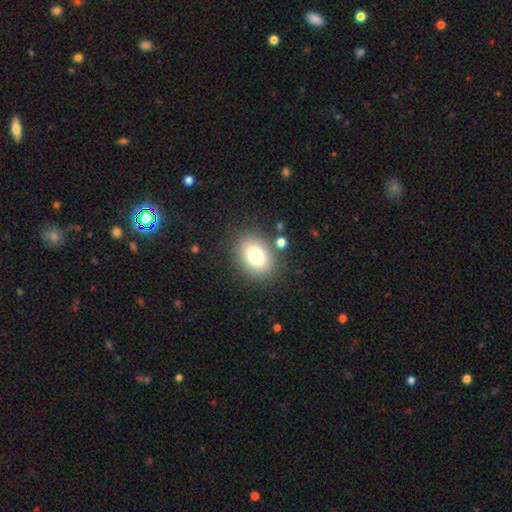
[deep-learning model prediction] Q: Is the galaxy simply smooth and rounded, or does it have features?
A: smooth — 77%.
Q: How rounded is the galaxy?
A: in between — 65%.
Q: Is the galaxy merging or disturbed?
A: none — 82%.